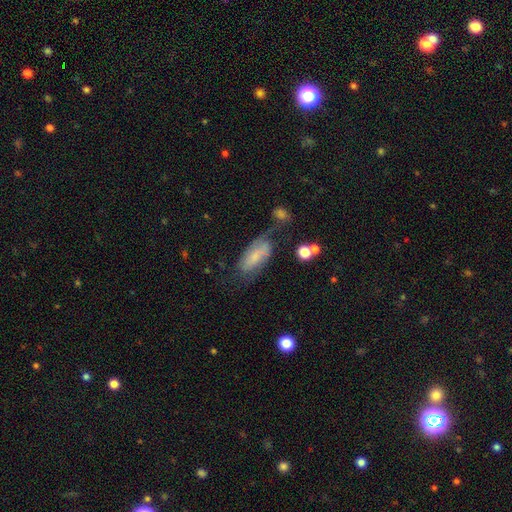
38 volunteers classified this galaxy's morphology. This appears to be a featured or disk galaxy (71%) with no bar (44%), 2 (68%) medium (64%) spiral arms (88%) and a small central bulge (48%). Merging: none (39%).